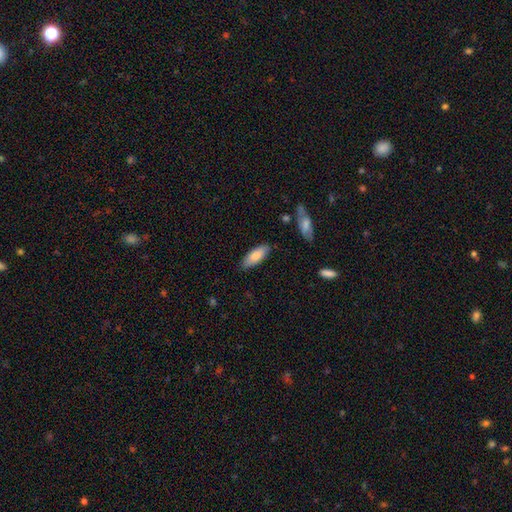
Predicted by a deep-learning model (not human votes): This is clearly a smooth galaxy (81%). How rounded: likely in between (72%). Merging: clearly none (84%).